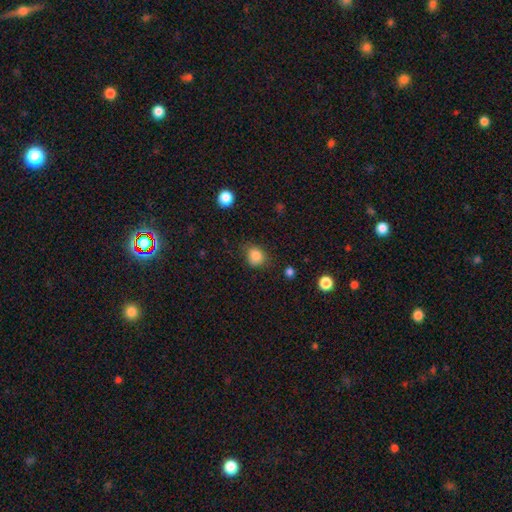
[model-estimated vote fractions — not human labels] Q: Smooth or featured?
A: smooth (84%); runner-up: star or artifact (11%)
Q: How rounded?
A: round (65%); runner-up: in between (34%)
Q: Merging?
A: none (70%); runner-up: minor disturbance (22%)